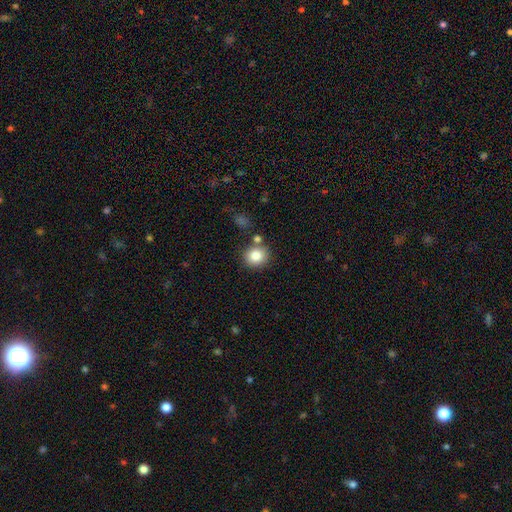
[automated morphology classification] This appears to be a smooth galaxy with no disk features (83%) that is round (81%). Merging: none (75%).